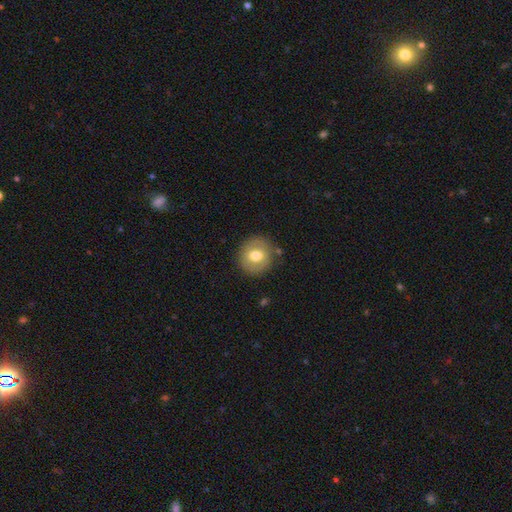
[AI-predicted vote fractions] smooth-or-featured: smooth: 65% | featured or disk: 28% | star or artifact: 8%
  how-rounded: round: 87% | in between: 12% | cigar-shaped: 1%
  merging: none: 83% | minor disturbance: 11% | major disturbance: 3% | merger: 2%